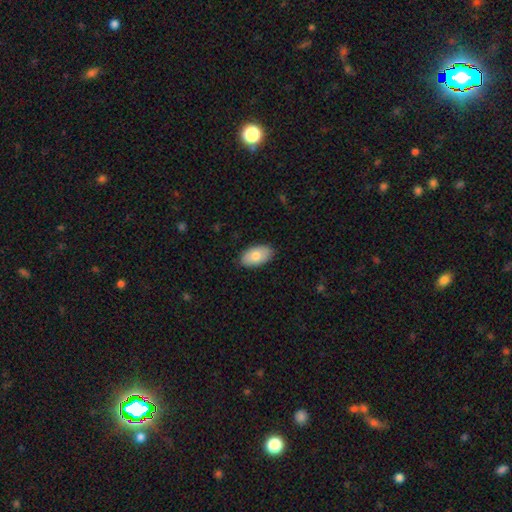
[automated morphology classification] This is likely a smooth galaxy (78%). How rounded: clearly in between (94%). Merging: clearly none (86%).